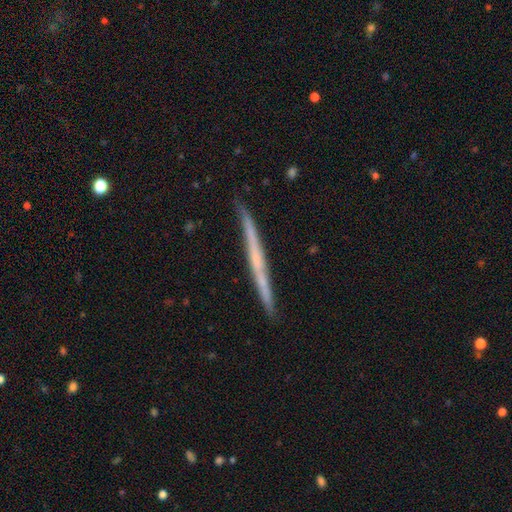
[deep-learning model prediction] This is likely a featured or disk galaxy (61%). It is clearly viewed edge-on (97%). Edge-on bulge: clearly none (81%). Merging: clearly none (89%).